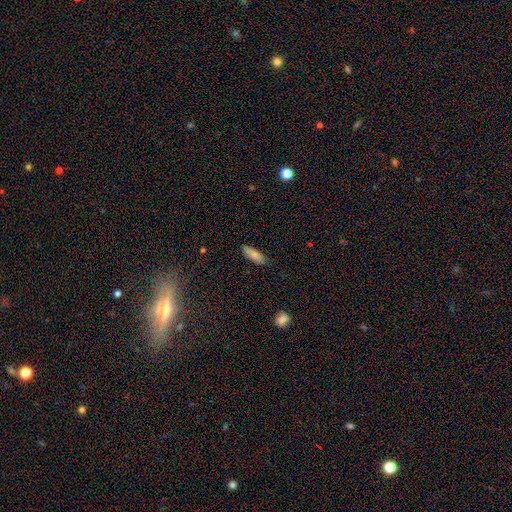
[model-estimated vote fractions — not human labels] A smooth galaxy with no disk features (81%) that is in between round and cigar-shaped (54%).

Vote fractions:
- Smooth or featured? smooth: 81% / featured or disk: 10% / star or artifact: 9%
- How rounded? in between: 54% / cigar-shaped: 44% / round: 2%
- Merging? none: 84% / minor disturbance: 12% / major disturbance: 2% / merger: 1%